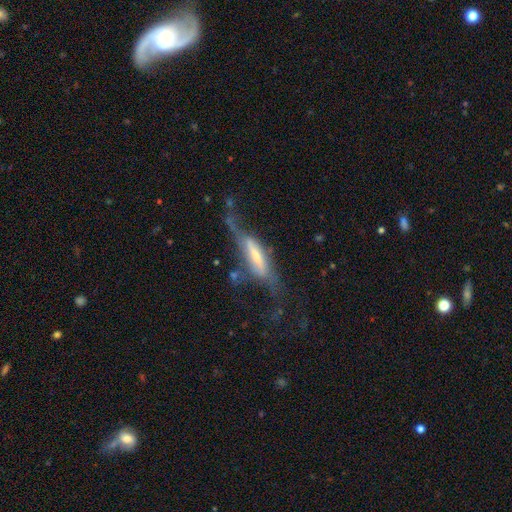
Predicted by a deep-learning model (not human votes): This is likely a featured or disk galaxy (65%). It is possibly viewed edge-on (58%). Merging: marginally none (36%).